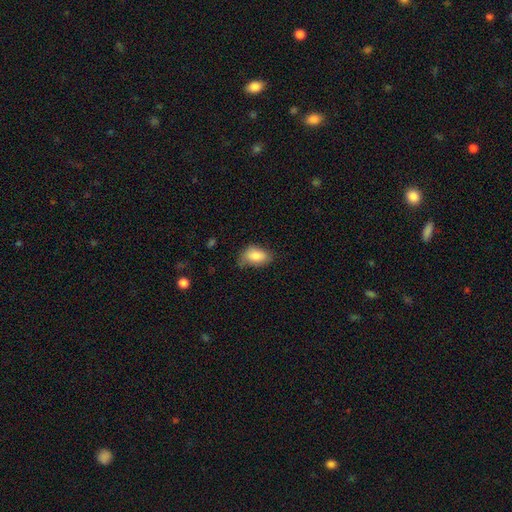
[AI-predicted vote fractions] smooth_or_featured: smooth (p=0.83) [alt: featured or disk p=0.09]
how_rounded: in between (p=0.90) [alt: round p=0.08]
merging: none (p=0.60) [alt: minor disturbance p=0.32]